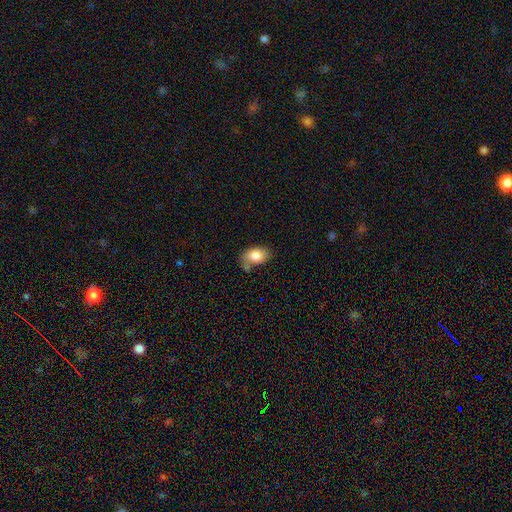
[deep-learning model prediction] This is clearly a smooth galaxy (83%). How rounded: clearly in between (87%). Merging: possibly none (55%).